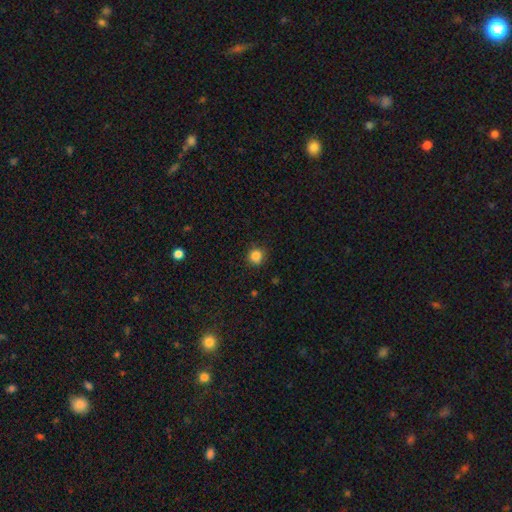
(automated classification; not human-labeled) Overall: smooth (85%). How rounded: round (91%). Merging: none (88%).